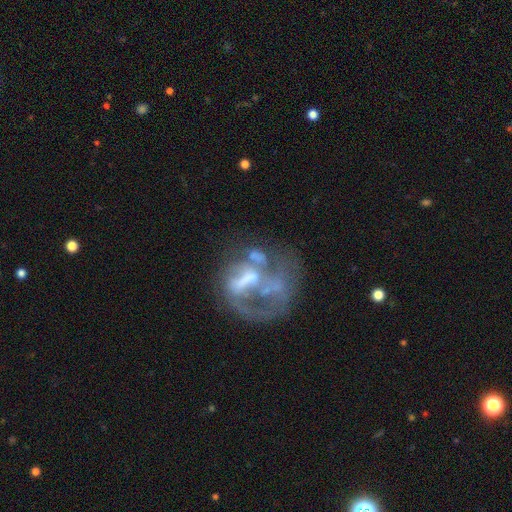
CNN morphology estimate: The model was most divided on "merging": major disturbance: 38%, none: 31%, merger: 16%, minor disturbance: 14%. Remaining: edge-on disk — no (97%); smooth or featured — featured or disk (68%); spiral arms — no (67%); bar — no (58%); bulge size — none (39%).